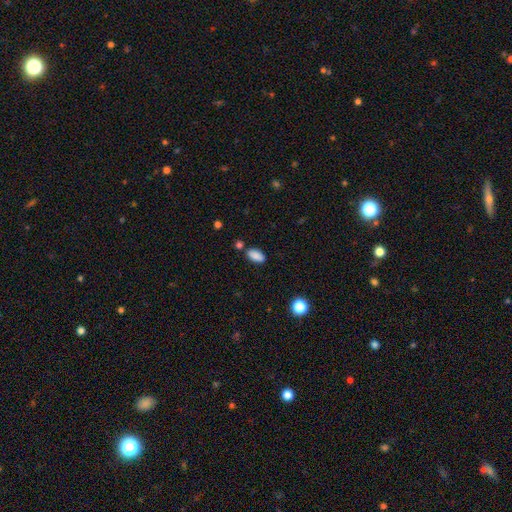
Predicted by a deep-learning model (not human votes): The model was most divided on "merging": none: 77%, minor disturbance: 12%, merger: 8%, major disturbance: 3%. More confident: how rounded — in between (92%); smooth or featured — smooth (86%).